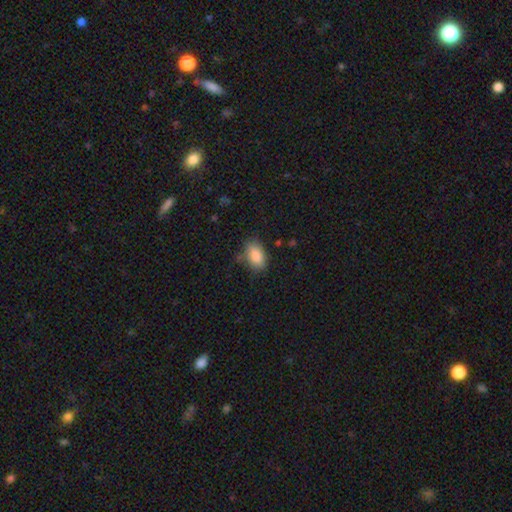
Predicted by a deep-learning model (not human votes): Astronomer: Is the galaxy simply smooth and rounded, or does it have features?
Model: smooth — 88%.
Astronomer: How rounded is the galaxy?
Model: in between — 91%.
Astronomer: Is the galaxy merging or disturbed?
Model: none — 74%.